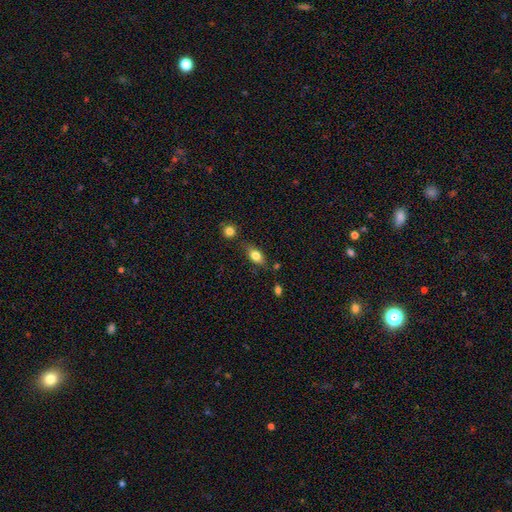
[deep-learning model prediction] Smooth or featured? Predicted: smooth (p=0.78). How rounded? Predicted: in between (p=0.83). Merging? Predicted: none (p=0.71).